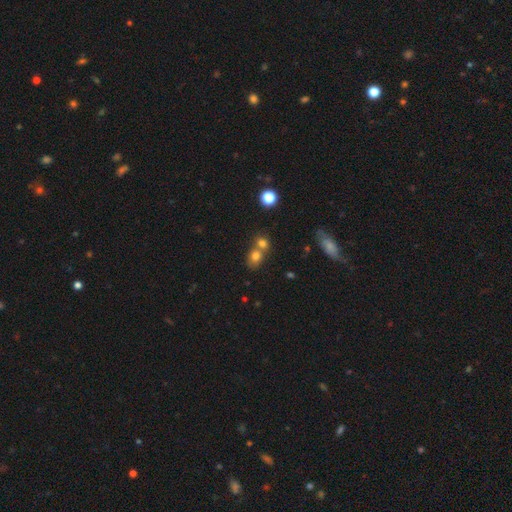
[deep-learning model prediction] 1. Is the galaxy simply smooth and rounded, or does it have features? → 75% smooth, 14% star or artifact, 11% featured or disk.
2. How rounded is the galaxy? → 62% round, 37% in between, 1% cigar-shaped.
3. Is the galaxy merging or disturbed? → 53% merger, 37% none, 7% minor disturbance, 3% major disturbance.